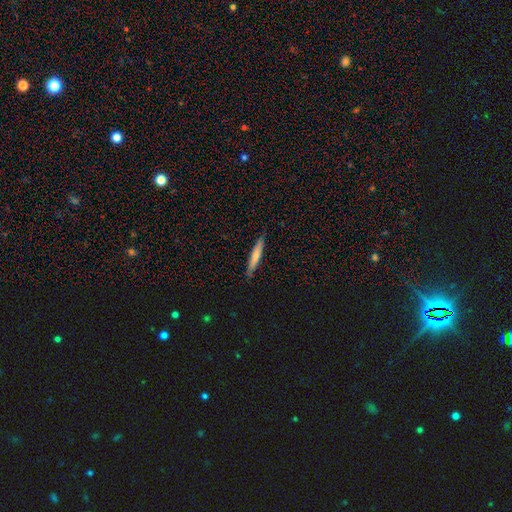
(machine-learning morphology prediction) Smooth or featured? Predicted: smooth (p=0.68). How rounded? Predicted: cigar-shaped (p=0.93). Merging? Predicted: none (p=0.87).